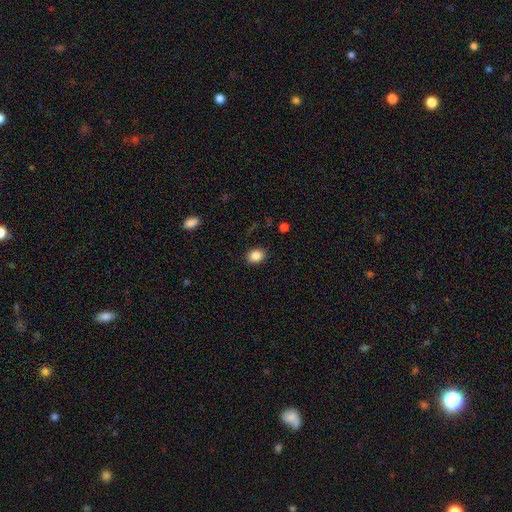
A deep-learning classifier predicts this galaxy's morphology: Smooth or featured? Predicted: smooth (p=0.86). How rounded? Predicted: in between (p=0.61). Merging? Predicted: none (p=0.87).